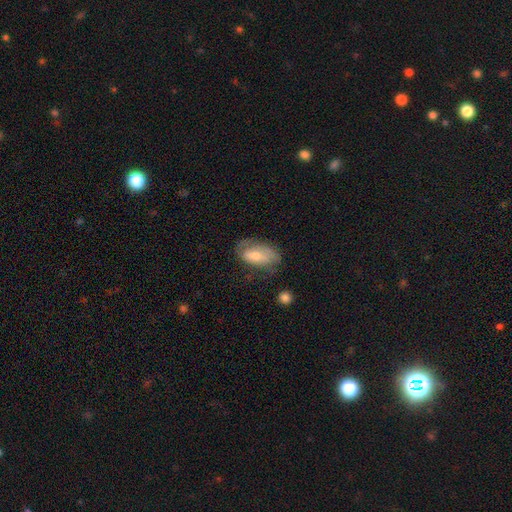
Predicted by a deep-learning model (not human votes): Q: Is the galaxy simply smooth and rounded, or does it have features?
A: smooth — 54%.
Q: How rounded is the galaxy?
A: in between — 90%.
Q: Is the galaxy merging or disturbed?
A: none — 52%.